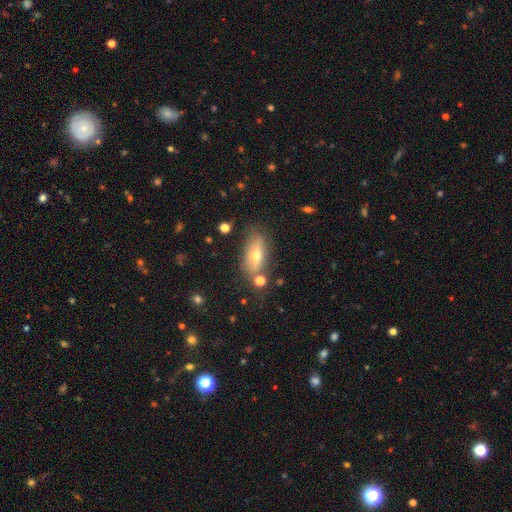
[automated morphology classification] Q: Smooth or featured?
A: smooth (50%); runner-up: featured or disk (40%)
Q: How rounded?
A: in between (72%); runner-up: cigar-shaped (23%)
Q: Merging?
A: none (67%); runner-up: minor disturbance (18%)